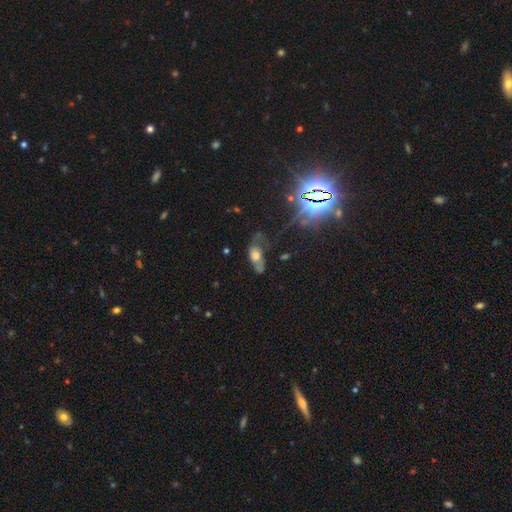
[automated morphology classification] A smooth galaxy with no disk features (51%) that is in between round and cigar-shaped (83%). Merging: none (32%).